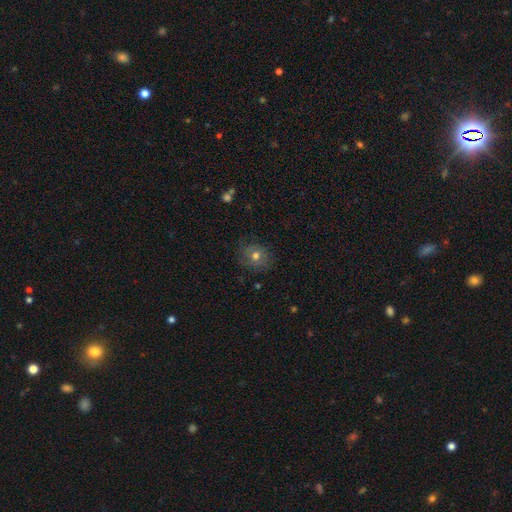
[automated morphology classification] This appears to be a smooth galaxy with no disk features (62%) that is round (71%). Merging: none (76%).